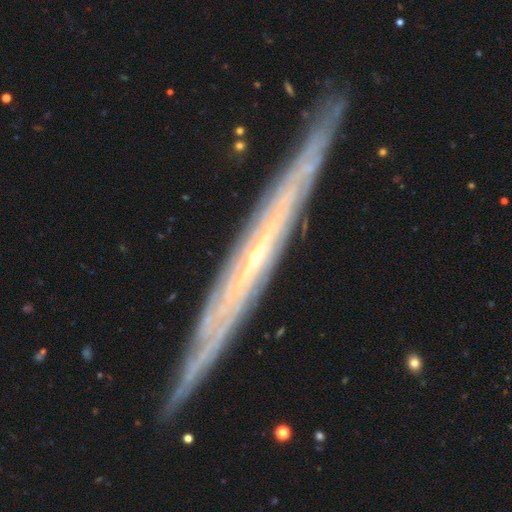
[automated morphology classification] A featured or disk galaxy (78%) viewed edge-on (89%) with no central bulge (70%). Merging: none (87%).